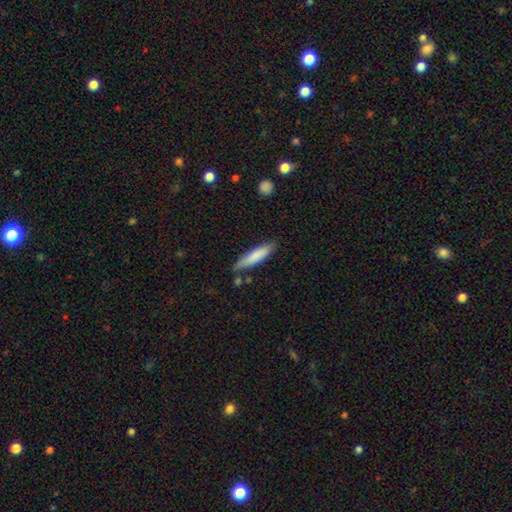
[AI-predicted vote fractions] smooth_or_featured: smooth (p=0.80) [alt: featured or disk p=0.14]
how_rounded: cigar-shaped (p=0.78) [alt: in between p=0.20]
merging: none (p=0.74) [alt: minor disturbance p=0.19]